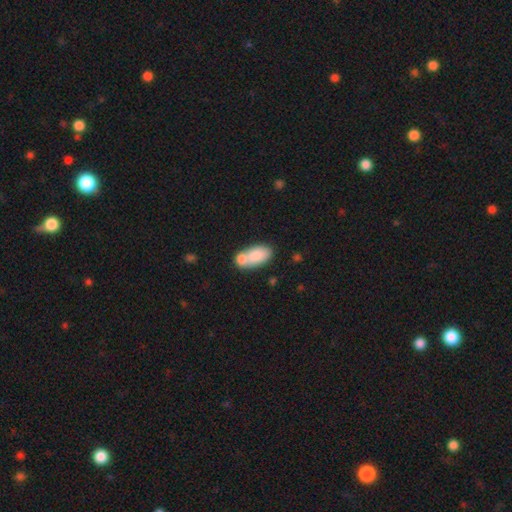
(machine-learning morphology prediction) smooth-or-featured: smooth: 80% | featured or disk: 13% | star or artifact: 7%
  how-rounded: in between: 91% | cigar-shaped: 5% | round: 4%
  merging: merger: 46% | none: 36% | minor disturbance: 13% | major disturbance: 5%